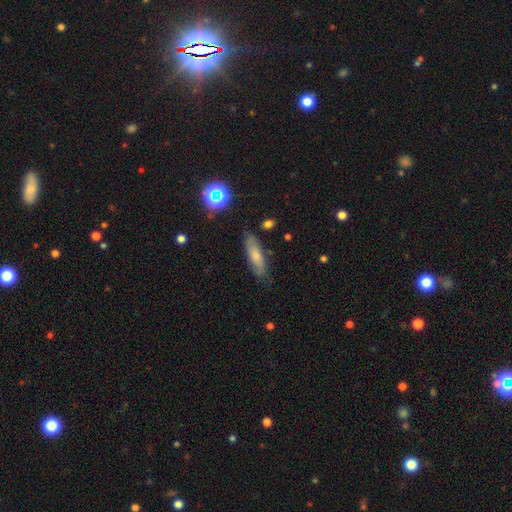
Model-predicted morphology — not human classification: Smooth or featured?
  - smooth: 68% *
  - featured or disk: 23%
  - star or artifact: 9%
How rounded?
  - cigar-shaped: 56% *
  - in between: 41%
  - round: 3%
Merging?
  - none: 78% *
  - minor disturbance: 16%
  - major disturbance: 4%
  - merger: 2%